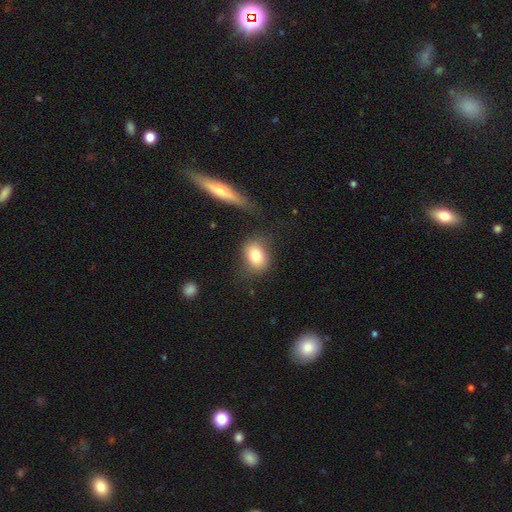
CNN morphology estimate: Overall: smooth (78%). How rounded: in between (61%; round 37%). Merging: none (71%).